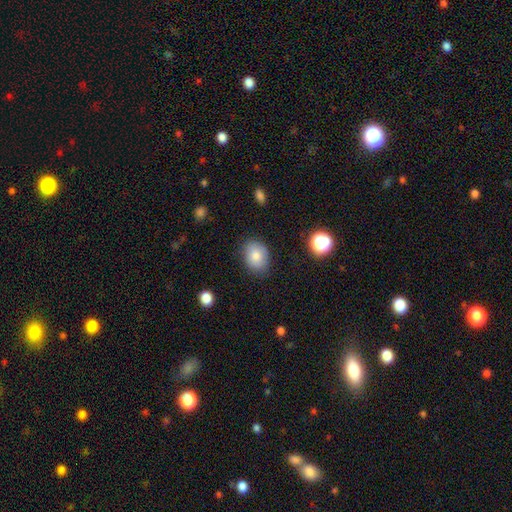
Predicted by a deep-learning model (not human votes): smooth_or_featured: smooth (p=0.80) [alt: featured or disk p=0.11]
how_rounded: in between (p=0.65) [alt: round p=0.34]
merging: none (p=0.81) [alt: minor disturbance p=0.14]